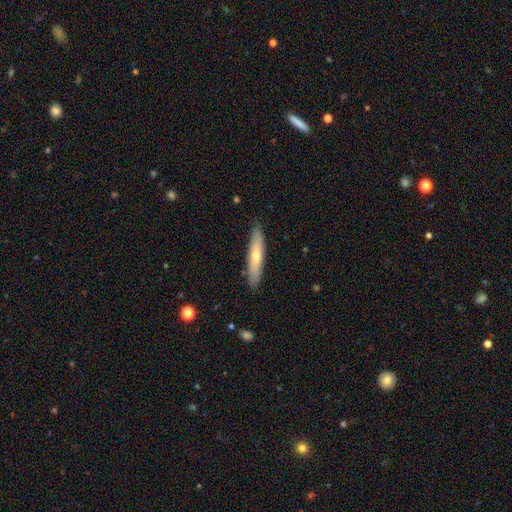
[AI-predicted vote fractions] smooth_or_featured: smooth (p=0.56) [alt: featured or disk p=0.38]
how_rounded: cigar-shaped (p=0.86) [alt: in between p=0.12]
merging: none (p=0.87) [alt: minor disturbance p=0.10]